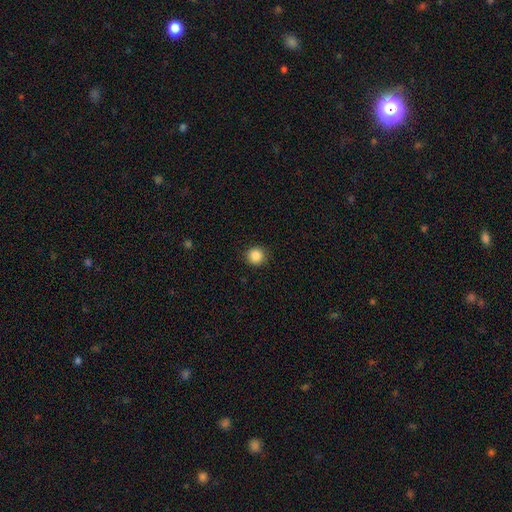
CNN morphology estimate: This is clearly a smooth galaxy (87%). How rounded: clearly round (94%). Merging: clearly none (90%).